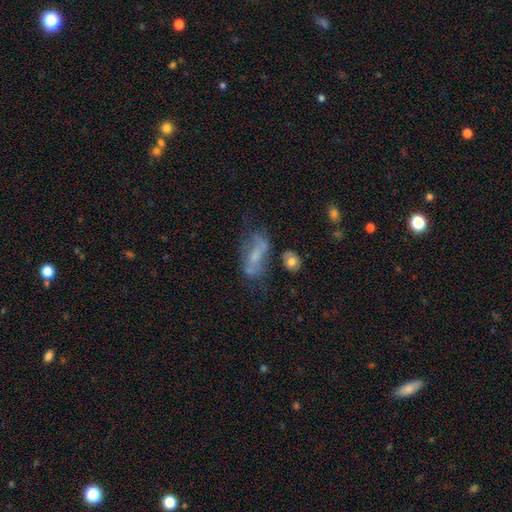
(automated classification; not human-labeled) smooth-or-featured: featured or disk: 51% | smooth: 35% | star or artifact: 14%
  disk-edge-on: no: 87% | yes: 13%
  merging: none: 42% | major disturbance: 23% | minor disturbance: 23% | merger: 13%